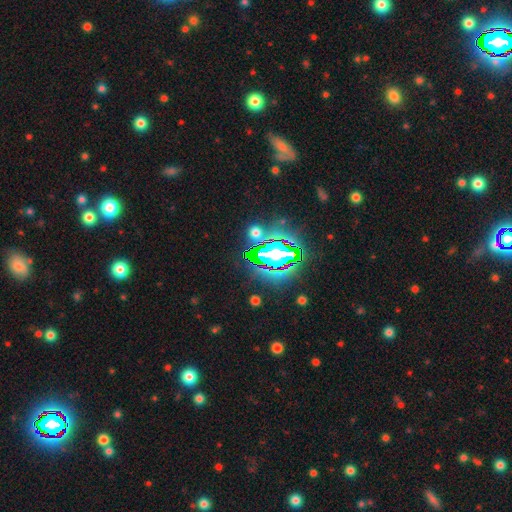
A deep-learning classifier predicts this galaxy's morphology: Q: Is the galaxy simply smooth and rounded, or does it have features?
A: star or artifact — 80%.